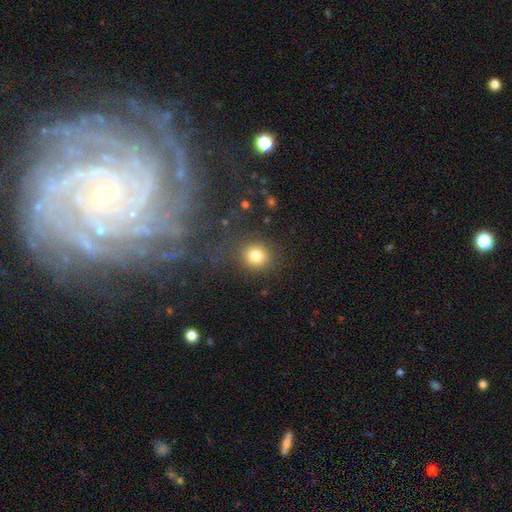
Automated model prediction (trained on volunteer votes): This is clearly a smooth galaxy (81%). How rounded: clearly round (84%). Merging: likely none (78%).